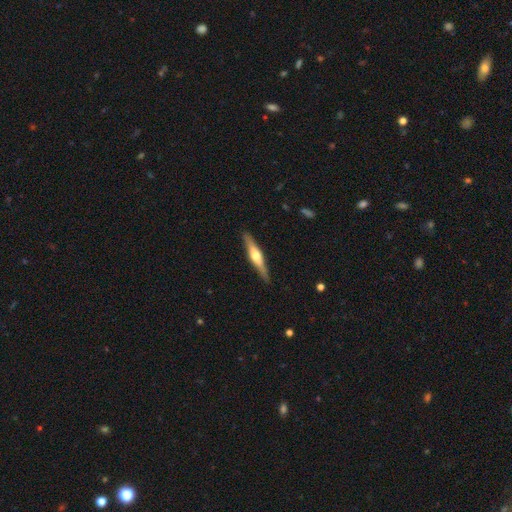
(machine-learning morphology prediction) This is likely a featured or disk galaxy (65%). It is clearly viewed edge-on (96%). Edge-on bulge: clearly rounded (92%). Merging: clearly none (89%).